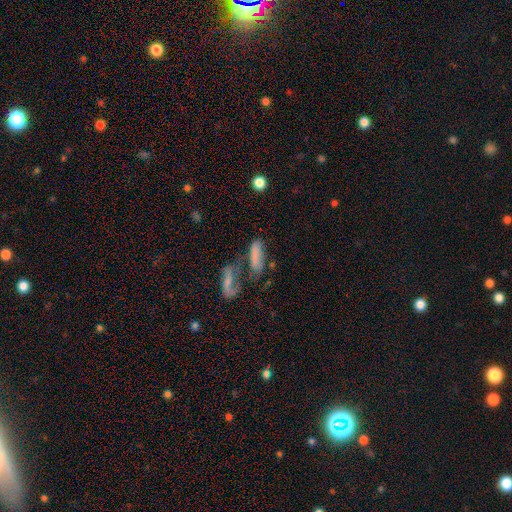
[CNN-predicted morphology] Smooth or featured: smooth — 67% (featured or disk — 21%)
How rounded: in between — 56% (cigar-shaped — 40%)
Merging: merger — 42% (none — 28%)